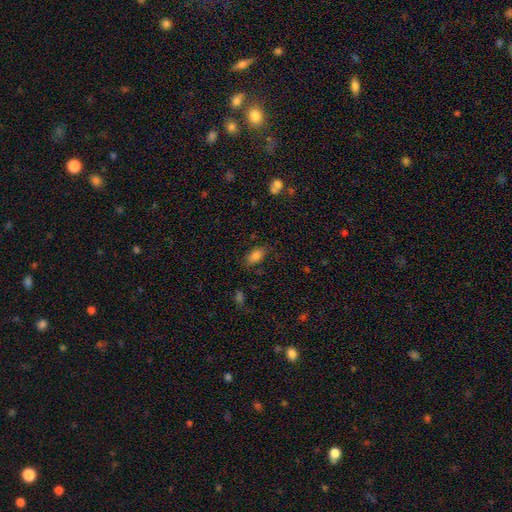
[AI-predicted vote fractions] Smooth or featured: smooth — 81% (star or artifact — 10%)
How rounded: in between — 89% (round — 6%)
Merging: none — 76% (minor disturbance — 17%)